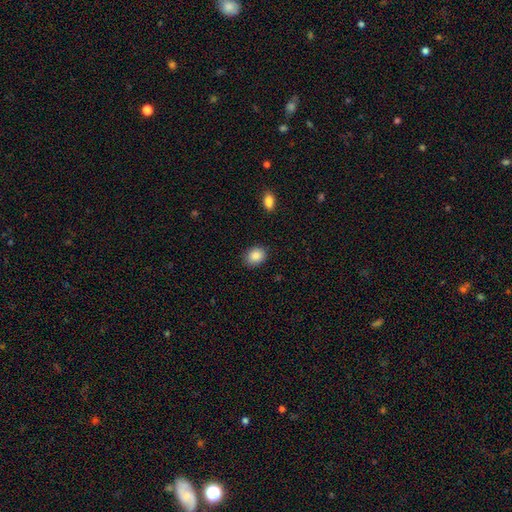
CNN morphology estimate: Q: Smooth or featured?
A: smooth (88%); runner-up: star or artifact (8%)
Q: How rounded?
A: in between (50%); runner-up: round (49%)
Q: Merging?
A: none (86%); runner-up: minor disturbance (10%)